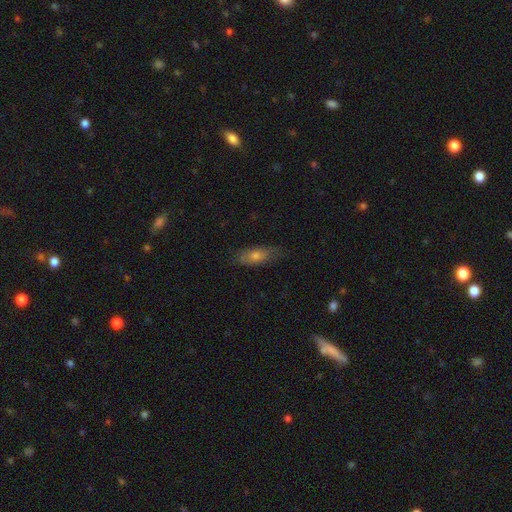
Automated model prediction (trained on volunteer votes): A smooth galaxy with no disk features (66%) that is in between round and cigar-shaped (61%).

Vote fractions:
- Smooth or featured? smooth: 66% / featured or disk: 25% / star or artifact: 9%
- How rounded? in between: 61% / cigar-shaped: 36% / round: 3%
- Merging? none: 76% / minor disturbance: 19% / major disturbance: 4% / merger: 1%